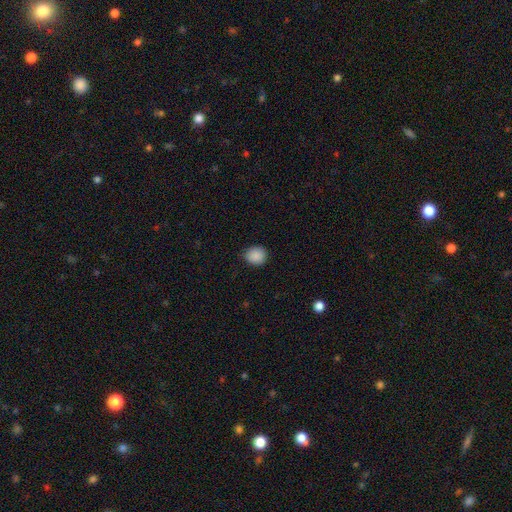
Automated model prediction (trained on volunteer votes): Morphology: type=smooth (89%); roundness=round (83%); merging=none (87%).